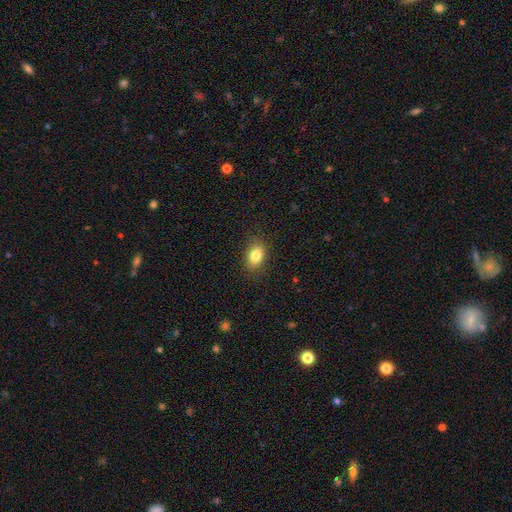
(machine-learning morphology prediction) smooth-or-featured: smooth: 84% | star or artifact: 9% | featured or disk: 7%
  how-rounded: in between: 75% | round: 23% | cigar-shaped: 1%
  merging: none: 84% | minor disturbance: 12% | major disturbance: 3% | merger: 1%